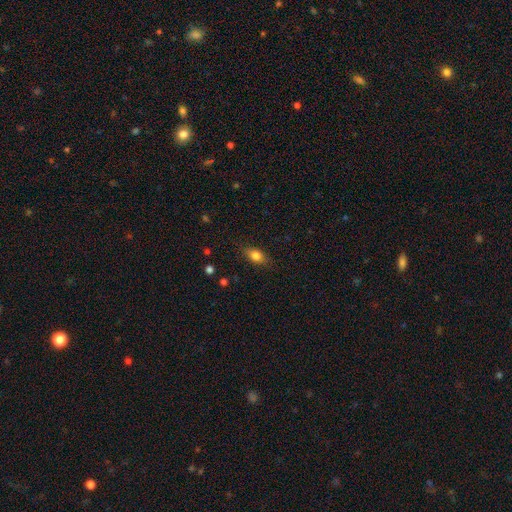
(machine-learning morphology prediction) This is clearly a smooth galaxy (80%). How rounded: clearly in between (81%). Merging: clearly none (82%).